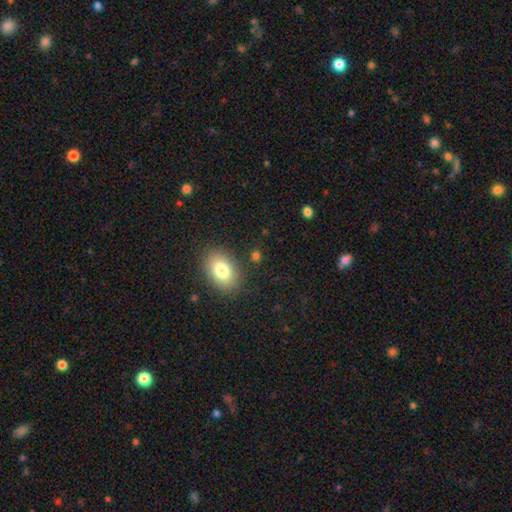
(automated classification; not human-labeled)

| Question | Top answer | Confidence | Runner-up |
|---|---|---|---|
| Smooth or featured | smooth | 78% | star or artifact (13%) |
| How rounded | in between | 57% | round (41%) |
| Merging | none | 82% | minor disturbance (10%) |